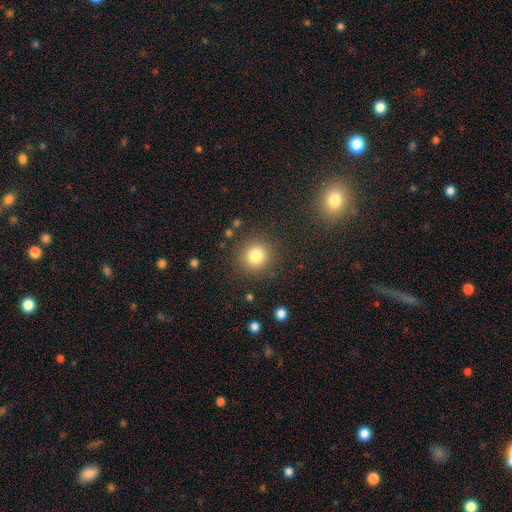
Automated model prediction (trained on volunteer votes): Morphology: type=smooth (80%); roundness=round (92%); merging=none (87%).